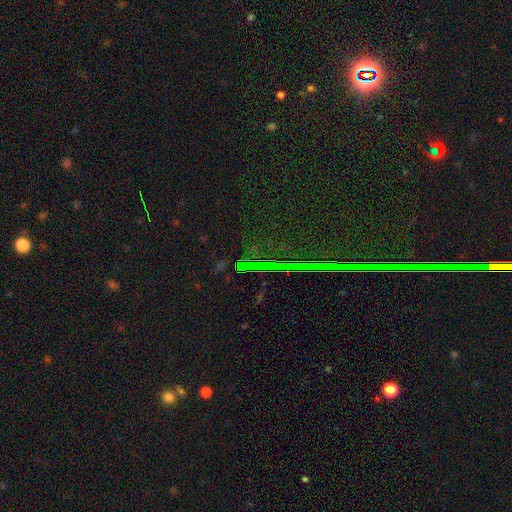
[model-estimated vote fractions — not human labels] smooth_or_featured: star or artifact (p=0.82) [alt: featured or disk p=0.09]